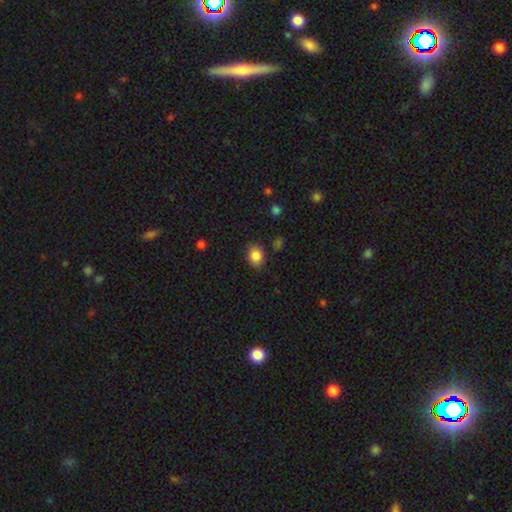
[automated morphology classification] A smooth galaxy with no disk features (85%) that is in between round and cigar-shaped (57%). Merging: none (81%).